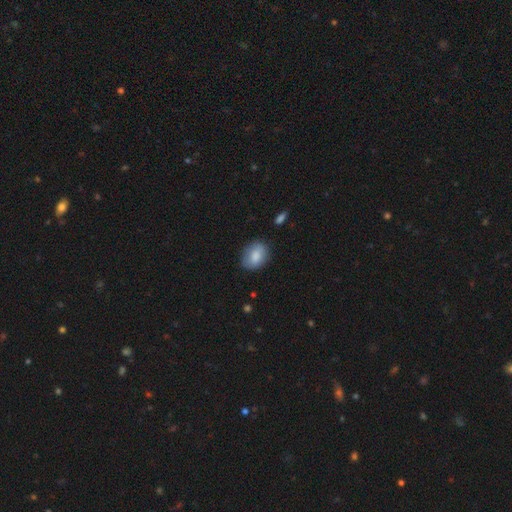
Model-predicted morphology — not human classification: type=smooth (82%); roundness=in between (73%); merging=none (79%).